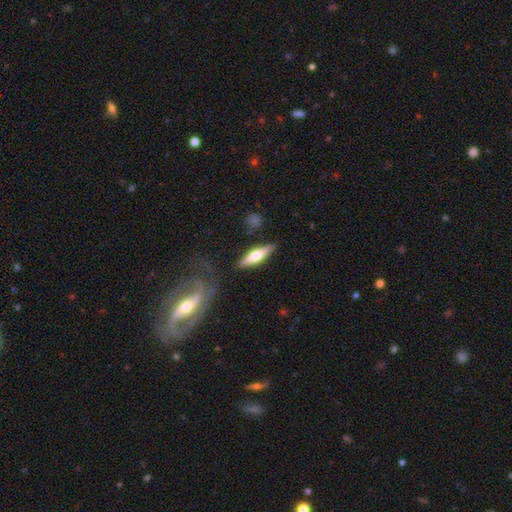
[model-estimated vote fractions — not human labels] Morphology: type=smooth (49%); merging=none (84%).